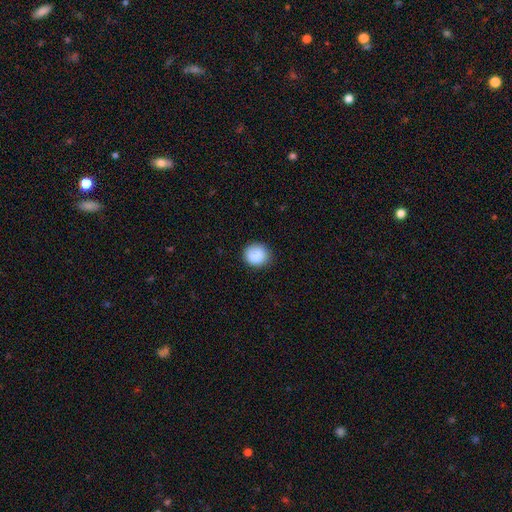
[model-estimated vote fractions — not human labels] Morphology: type=smooth (89%); roundness=round (83%); merging=none (86%).